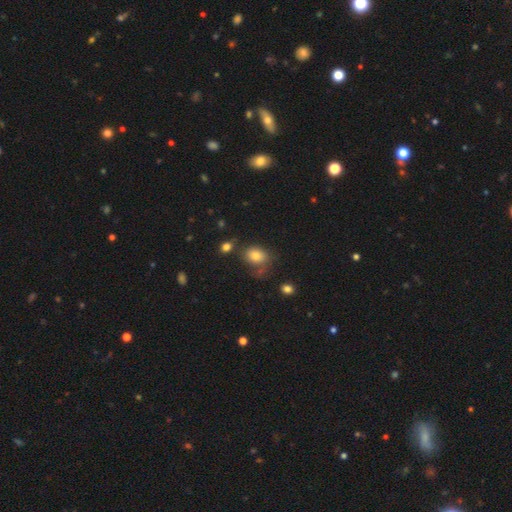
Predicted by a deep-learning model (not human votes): This appears to be a smooth galaxy with no disk features (79%) that is in between round and cigar-shaped (61%). Merging: none (56%).